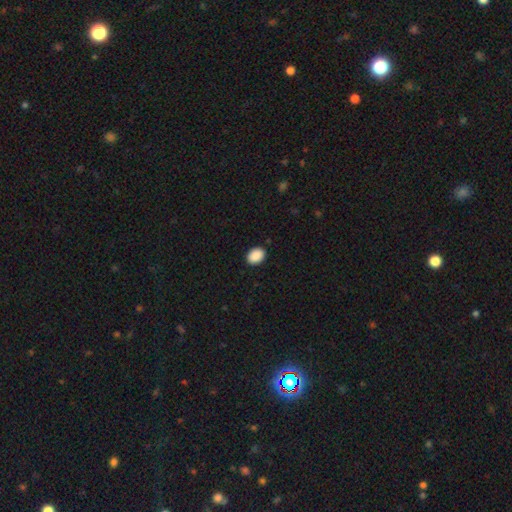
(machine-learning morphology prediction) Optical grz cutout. It shows a smooth galaxy with no disk features (90%) that is in between round and cigar-shaped (68%). Merging: none (91%).